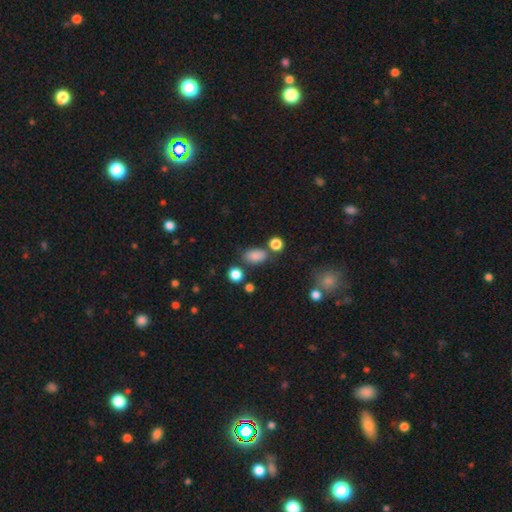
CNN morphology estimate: A smooth galaxy with no disk features (82%) that is in between round and cigar-shaped (86%).

Vote fractions:
- Smooth or featured? smooth: 82% / star or artifact: 12% / featured or disk: 6%
- How rounded? in between: 86% / round: 11% / cigar-shaped: 2%
- Merging? none: 68% / minor disturbance: 16% / merger: 10% / major disturbance: 5%